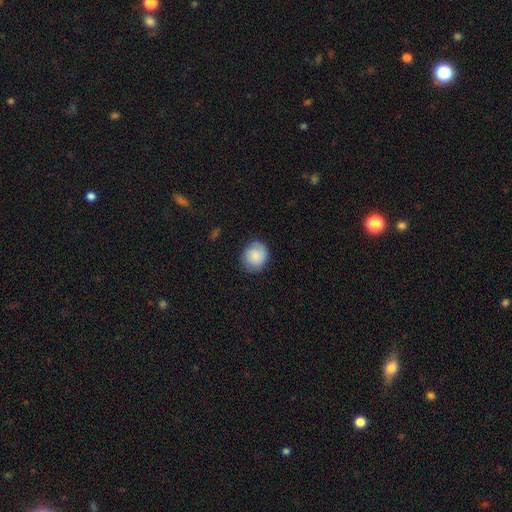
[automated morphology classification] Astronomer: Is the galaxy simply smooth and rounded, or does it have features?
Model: smooth — 82%.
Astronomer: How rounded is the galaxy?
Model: round — 76%.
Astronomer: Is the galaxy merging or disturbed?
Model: none — 82%.